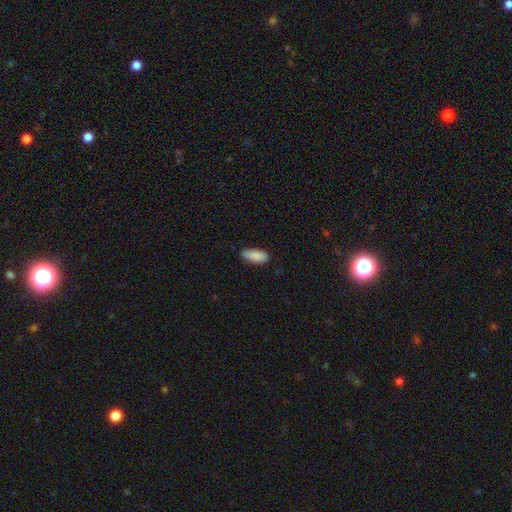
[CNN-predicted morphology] Smooth or featured? smooth (90%)
How rounded? in between (86%)
Merging? none (83%)